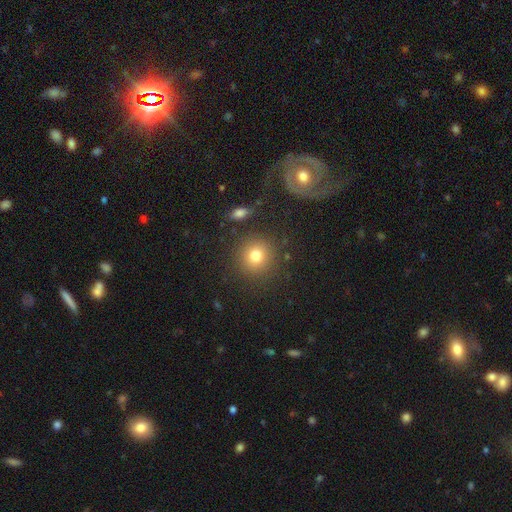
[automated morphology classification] Smooth or featured: smooth — 78% (star or artifact — 13%)
How rounded: round — 90% (in between — 9%)
Merging: none — 86% (minor disturbance — 8%)